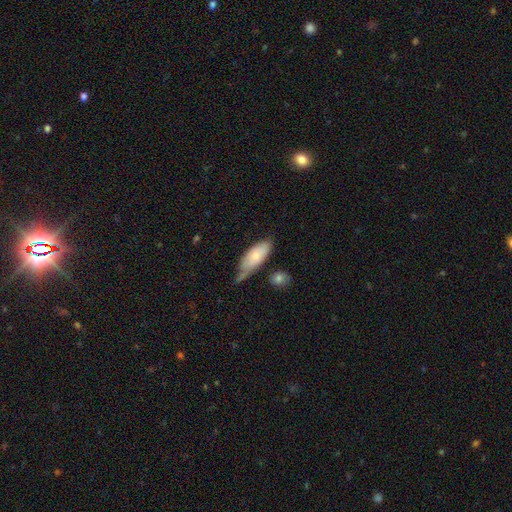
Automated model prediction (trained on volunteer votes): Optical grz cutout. It shows a smooth galaxy with no disk features (71%) that is in between round and cigar-shaped (81%). Merging: none (41%).